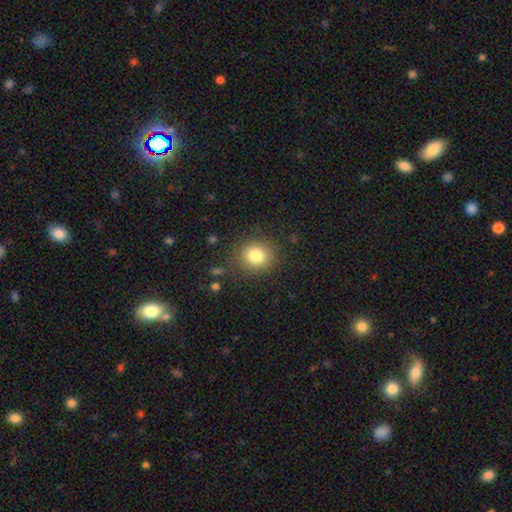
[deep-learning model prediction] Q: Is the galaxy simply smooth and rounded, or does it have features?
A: smooth — 82%.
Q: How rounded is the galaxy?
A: round — 81%.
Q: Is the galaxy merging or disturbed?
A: none — 86%.